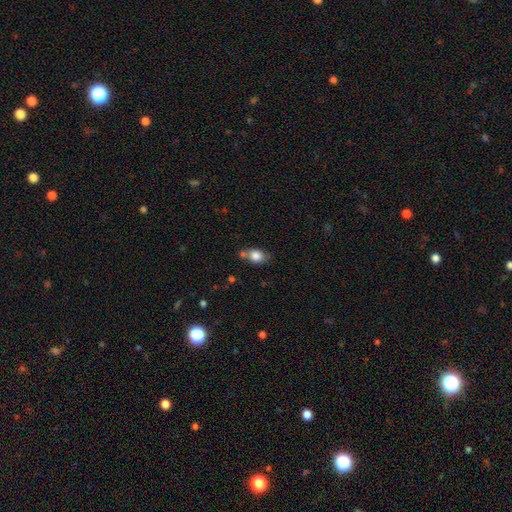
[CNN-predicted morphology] Overall: smooth (83%). How rounded: in between (63%; round 36%). Merging: none (56%; merger 20%).